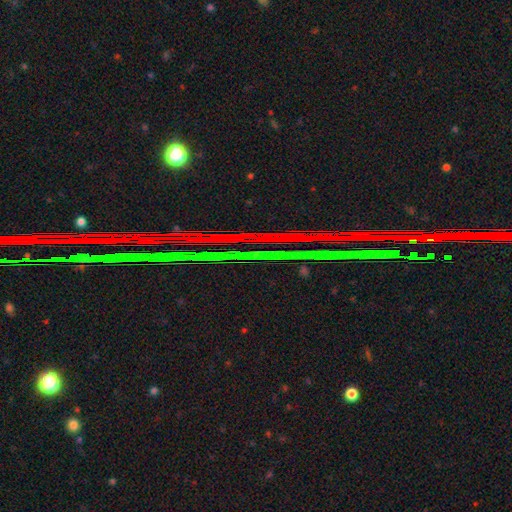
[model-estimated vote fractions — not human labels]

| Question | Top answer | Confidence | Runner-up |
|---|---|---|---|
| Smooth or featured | star or artifact | 84% | featured or disk (9%) |